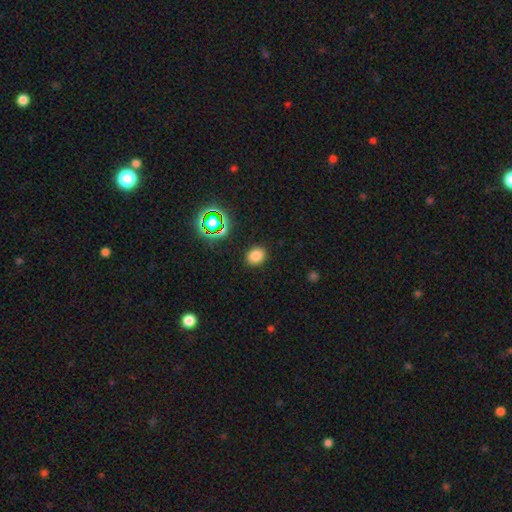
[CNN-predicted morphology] smooth_or_featured: smooth (p=0.79) [alt: star or artifact p=0.16]
how_rounded: in between (p=0.50) [alt: round p=0.49]
merging: none (p=0.88) [alt: minor disturbance p=0.08]